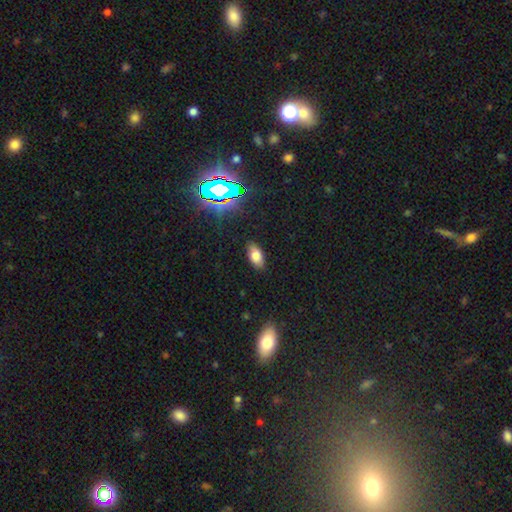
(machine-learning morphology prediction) type=smooth (75%); roundness=in between (91%); merging=none (86%).